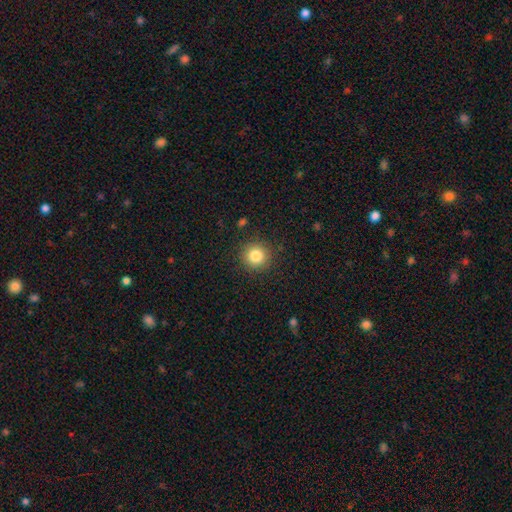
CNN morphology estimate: smooth 84%, star or artifact 10%, featured or disk 6%. Down the decision tree: how rounded — round (94%); merging — none (90%).